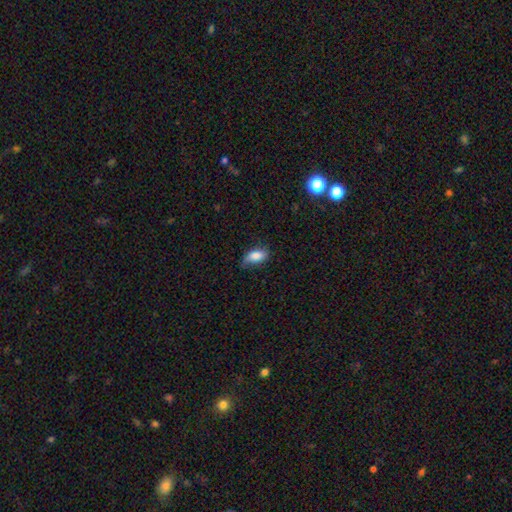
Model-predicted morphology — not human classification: Smooth or featured: smooth — 82% (featured or disk — 11%)
How rounded: in between — 89% (cigar-shaped — 7%)
Merging: none — 61% (minor disturbance — 30%)